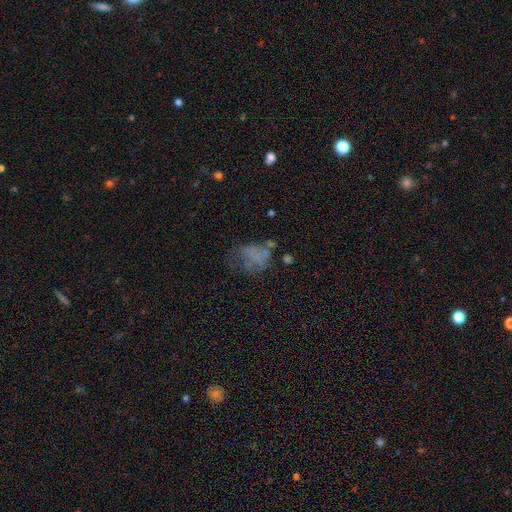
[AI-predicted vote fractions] This appears to be a smooth galaxy with no disk features (53%) that is in between round and cigar-shaped (67%). Merging: major disturbance (37%).